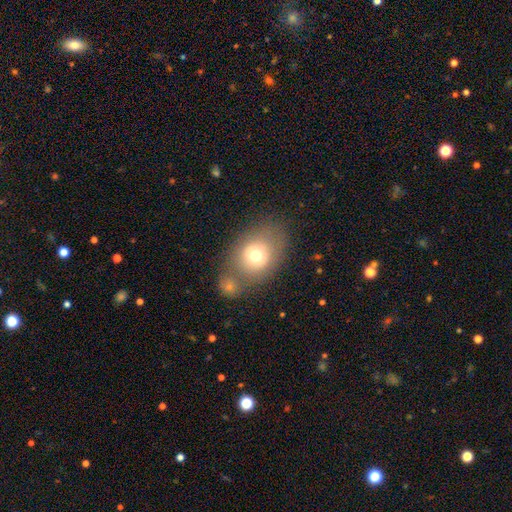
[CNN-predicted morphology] Smooth or featured: smooth — 69% (featured or disk — 20%)
How rounded: in between — 56% (round — 43%)
Merging: none — 50% (merger — 30%)